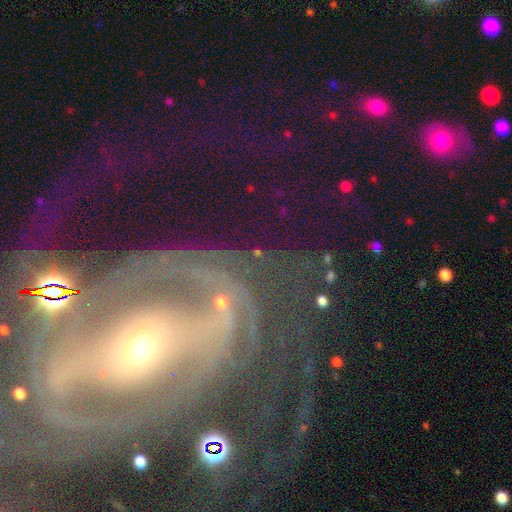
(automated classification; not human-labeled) Smooth or featured? featured or disk (87%)
Edge-on disk? no (95%)
Bar? strong (55%)
Spiral arms? yes (89%)
Spiral winding? tight (46%)
Spiral arm count? 2 (49%)
Bulge size? small (53%)
Merging? none (60%)